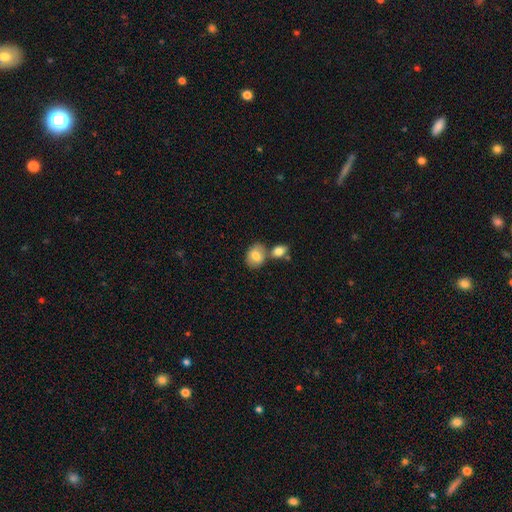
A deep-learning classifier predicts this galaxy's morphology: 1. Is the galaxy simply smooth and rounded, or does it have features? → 77% smooth, 15% featured or disk, 8% star or artifact.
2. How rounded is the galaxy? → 64% in between, 34% round, 1% cigar-shaped.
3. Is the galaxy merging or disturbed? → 49% none, 36% merger, 11% minor disturbance, 3% major disturbance.